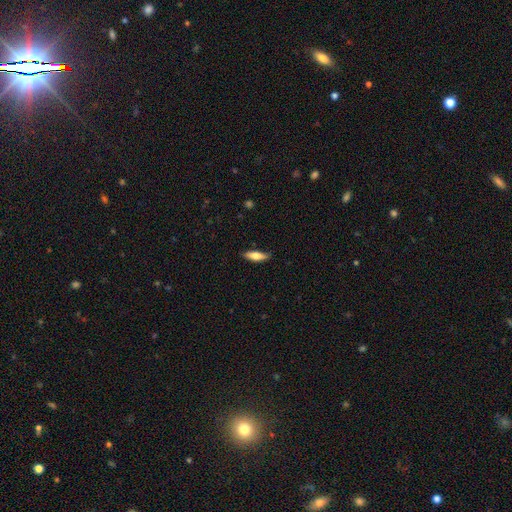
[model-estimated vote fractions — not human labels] Q: Smooth or featured?
A: smooth (75%); runner-up: featured or disk (19%)
Q: How rounded?
A: in between (50%); runner-up: cigar-shaped (48%)
Q: Merging?
A: none (77%); runner-up: minor disturbance (19%)